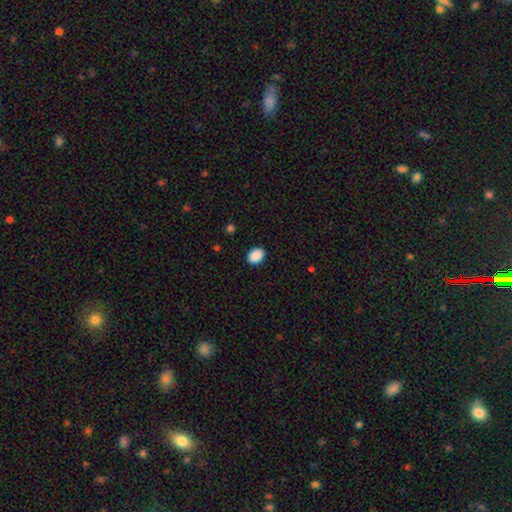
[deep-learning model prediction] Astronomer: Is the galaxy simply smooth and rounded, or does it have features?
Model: smooth — 90%.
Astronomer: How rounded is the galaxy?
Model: in between — 71%.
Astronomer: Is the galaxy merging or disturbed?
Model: none — 90%.